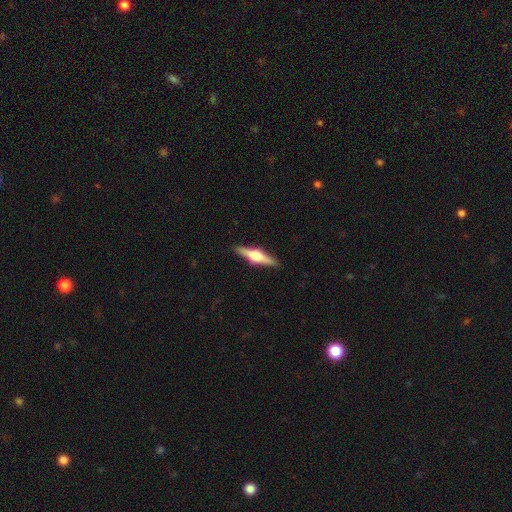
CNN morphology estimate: The model was most divided on "smooth or featured": featured or disk: 74%, smooth: 21%, star or artifact: 5%. More confident: edge-on disk — yes (98%); edge-on bulge — rounded (94%); merging — none (91%).